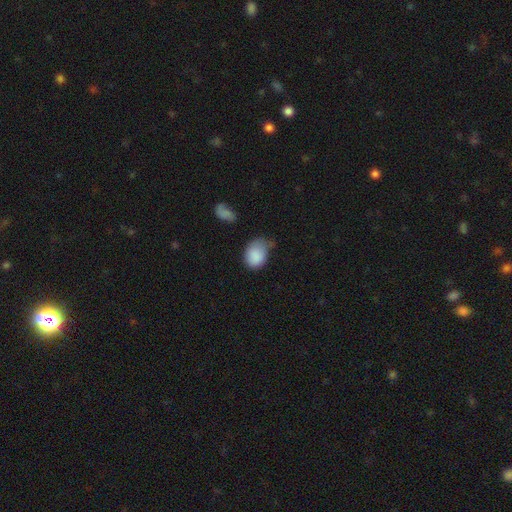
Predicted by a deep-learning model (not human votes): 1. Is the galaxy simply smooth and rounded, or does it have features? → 86% smooth, 8% star or artifact, 6% featured or disk.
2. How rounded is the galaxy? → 65% in between, 34% round, 1% cigar-shaped.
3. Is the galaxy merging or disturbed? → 42% minor disturbance, 38% none, 15% major disturbance, 5% merger.